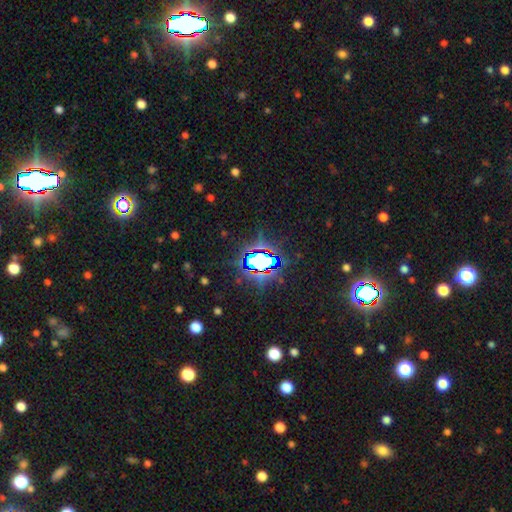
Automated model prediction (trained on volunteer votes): Smooth or featured: star or artifact — 78% (smooth — 12%)